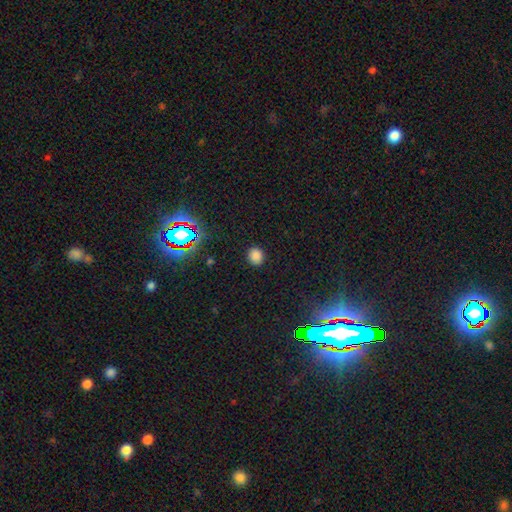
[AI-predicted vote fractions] This appears to be a smooth galaxy with no disk features (81%) that is round (80%). Merging: none (89%).